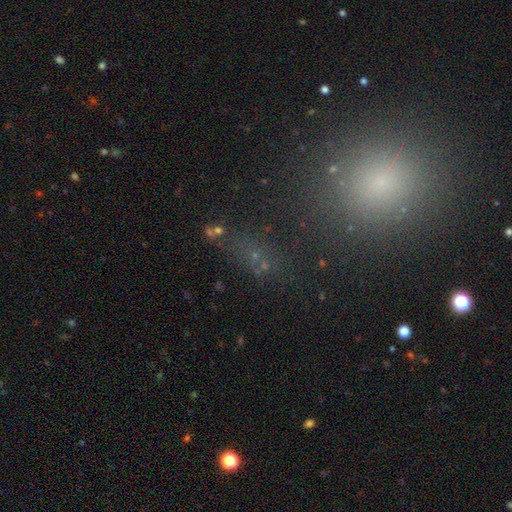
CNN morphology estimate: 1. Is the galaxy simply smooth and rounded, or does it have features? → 44% star or artifact, 41% smooth, 15% featured or disk.